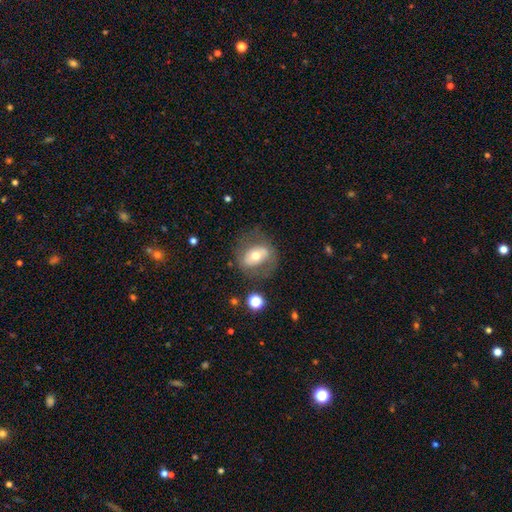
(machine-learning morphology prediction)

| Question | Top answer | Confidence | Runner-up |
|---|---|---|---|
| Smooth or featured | smooth | 49% | featured or disk (43%) |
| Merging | none | 63% | minor disturbance (19%) |